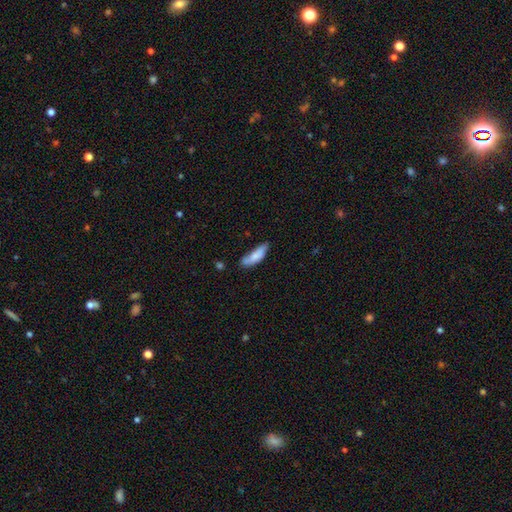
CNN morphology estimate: A smooth galaxy with no disk features (77%) that is in between round and cigar-shaped (52%). Merging: none (48%).